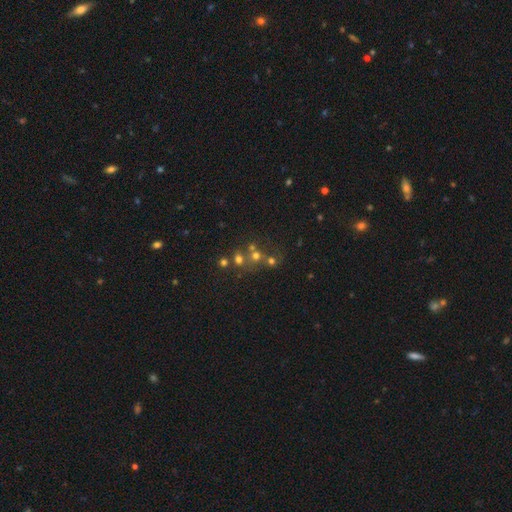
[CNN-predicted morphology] A smooth galaxy with no disk features (52%) that is round (84%). Merging: none (48%).